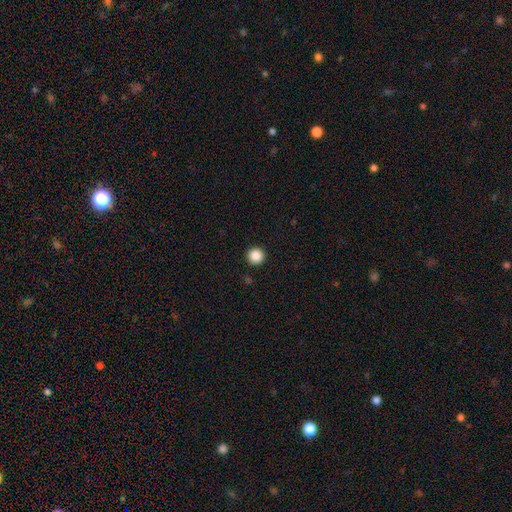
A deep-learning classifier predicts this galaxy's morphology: type=smooth (87%); roundness=round (97%); merging=none (94%).